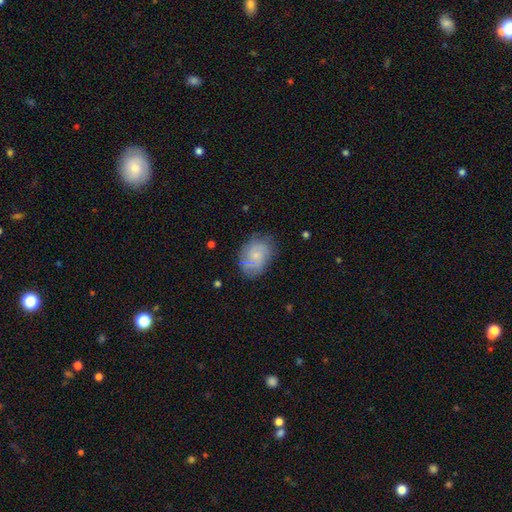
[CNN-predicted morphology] type=smooth (50%); merging=none (66%).